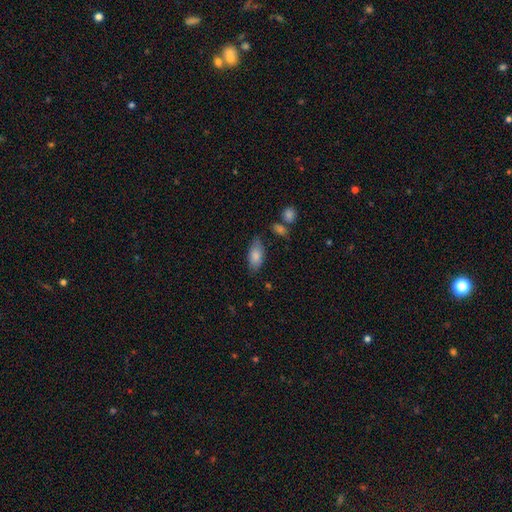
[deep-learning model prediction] Smooth or featured: smooth — 83% (featured or disk — 10%)
How rounded: in between — 90% (cigar-shaped — 7%)
Merging: none — 75% (minor disturbance — 17%)